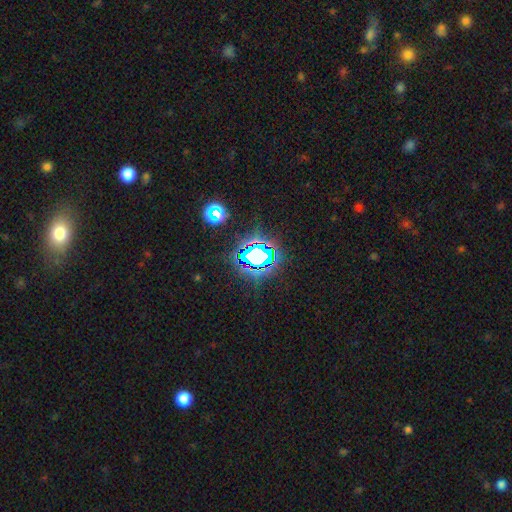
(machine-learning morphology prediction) Smooth or featured? star or artifact (67%)